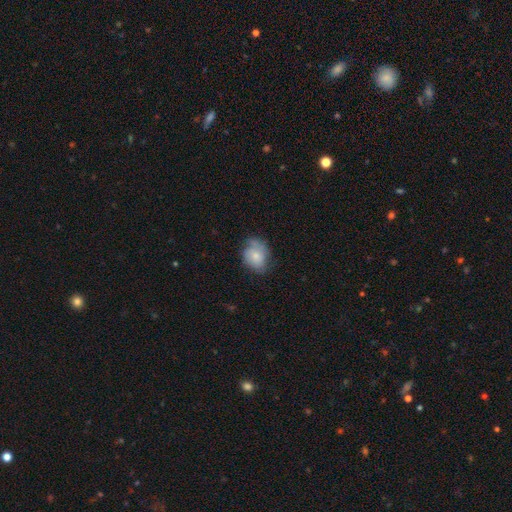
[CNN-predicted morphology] Q: Smooth or featured?
A: smooth (68%); runner-up: featured or disk (24%)
Q: How rounded?
A: in between (58%); runner-up: round (41%)
Q: Merging?
A: none (53%); runner-up: minor disturbance (33%)